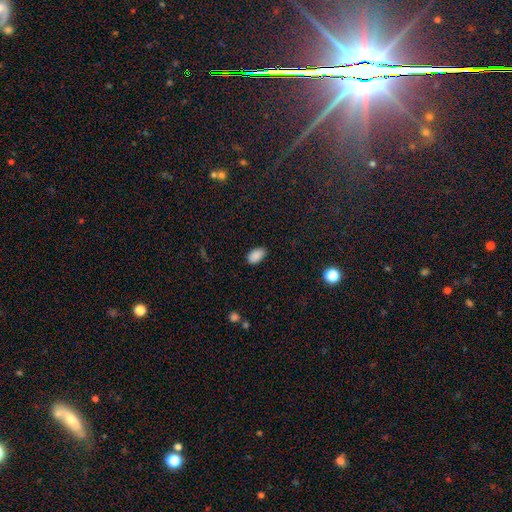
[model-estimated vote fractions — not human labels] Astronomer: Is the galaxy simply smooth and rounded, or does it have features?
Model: smooth — 88%.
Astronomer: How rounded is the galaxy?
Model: in between — 93%.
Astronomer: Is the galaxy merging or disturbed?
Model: none — 84%.